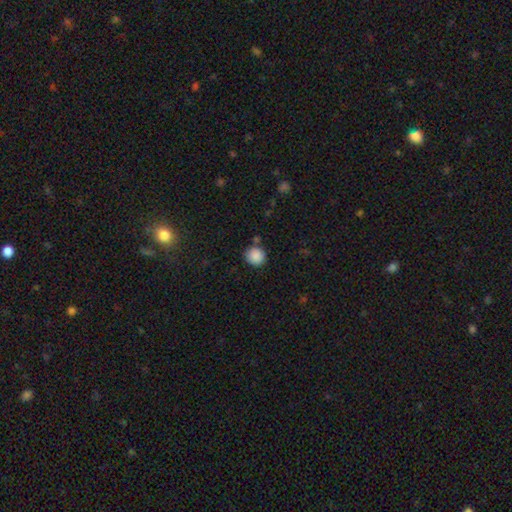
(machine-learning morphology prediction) This appears to be a smooth galaxy with no disk features (88%) that is round (87%). Merging: none (78%).